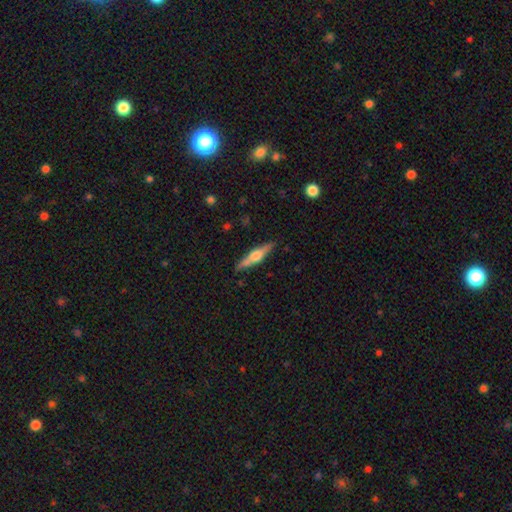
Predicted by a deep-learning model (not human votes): Morphology: type=featured or disk (61%); edge-on=yes (96%); edge-on bulge=rounded (88%); merging=none (83%).